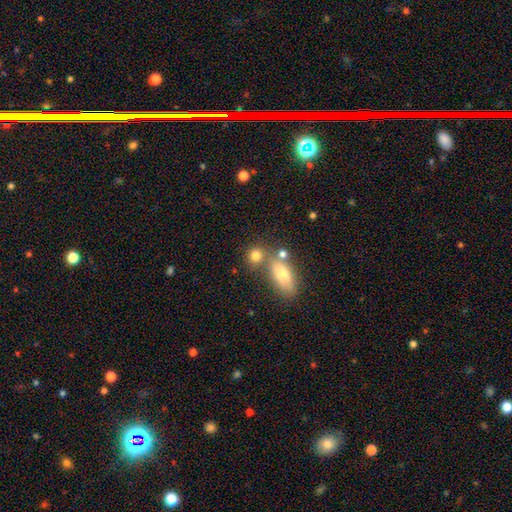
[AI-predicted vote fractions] smooth-or-featured: smooth: 80% | star or artifact: 11% | featured or disk: 9%
  how-rounded: round: 67% | in between: 29% | cigar-shaped: 4%
  merging: none: 58% | merger: 26% | minor disturbance: 11% | major disturbance: 5%